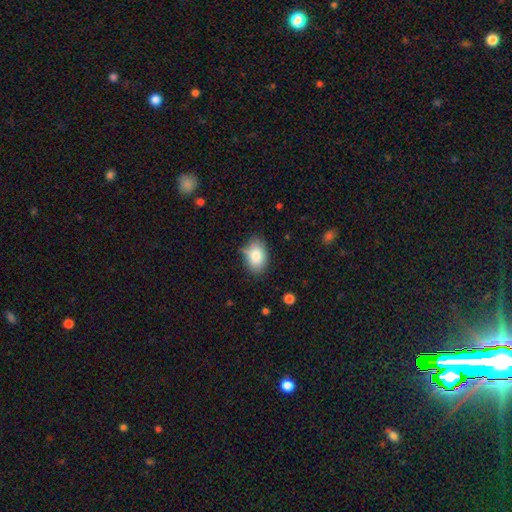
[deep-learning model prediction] A smooth galaxy with no disk features (83%) that is in between round and cigar-shaped (86%).

Vote fractions:
- Smooth or featured? smooth: 83% / featured or disk: 9% / star or artifact: 8%
- How rounded? in between: 86% / round: 13% / cigar-shaped: 1%
- Merging? none: 70% / minor disturbance: 22% / major disturbance: 5% / merger: 3%